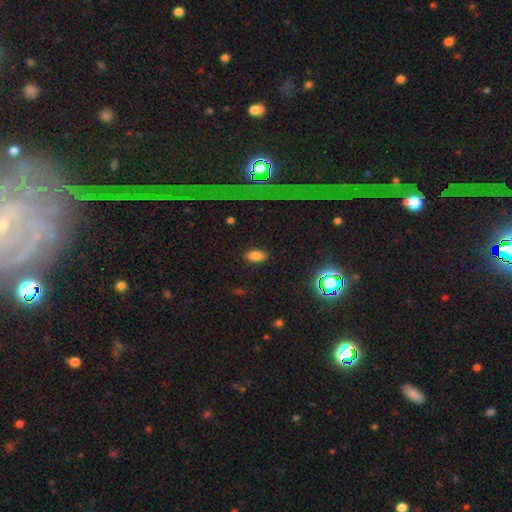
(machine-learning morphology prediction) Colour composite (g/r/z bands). It shows a smooth galaxy with no disk features (82%) that is in between round and cigar-shaped (91%). Merging: none (87%).